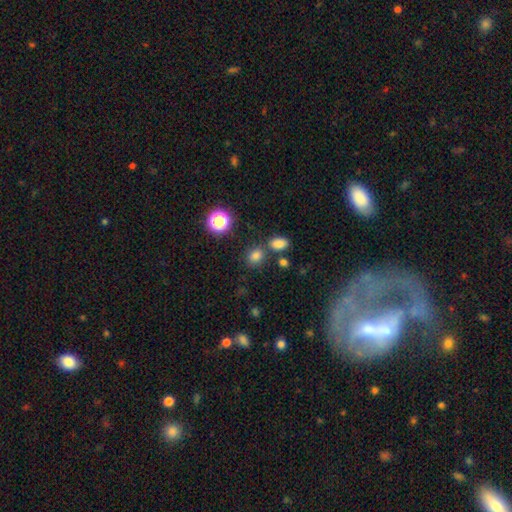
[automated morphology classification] Smooth or featured? Predicted: smooth (p=0.78). How rounded? Predicted: round (p=0.53). Merging? Predicted: none (p=0.70).